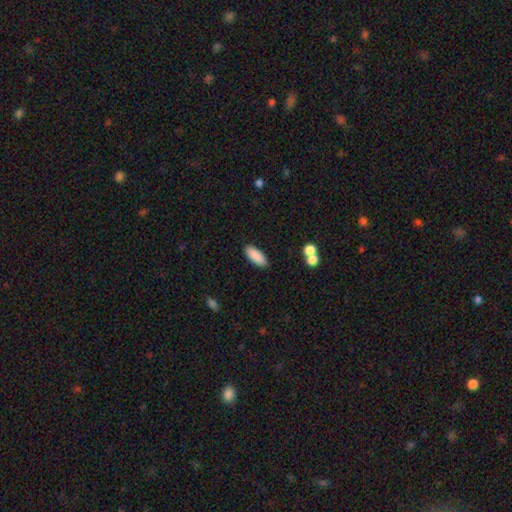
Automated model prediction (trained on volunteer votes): smooth-or-featured: smooth: 89% | star or artifact: 7% | featured or disk: 5%
  how-rounded: in between: 76% | cigar-shaped: 23% | round: 2%
  merging: none: 87% | minor disturbance: 8% | merger: 2% | major disturbance: 2%